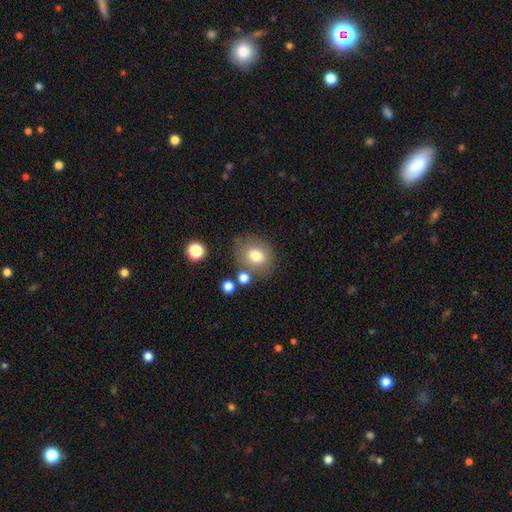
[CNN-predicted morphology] type=smooth (77%); roundness=round (60%); merging=none (73%).